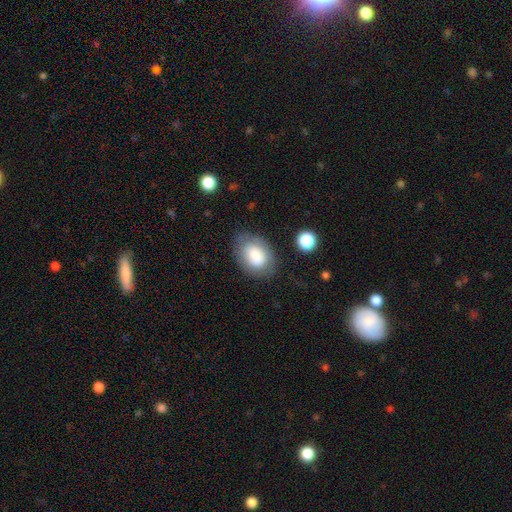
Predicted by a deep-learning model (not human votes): A smooth galaxy with no disk features (79%) that is in between round and cigar-shaped (81%). Merging: none (72%).